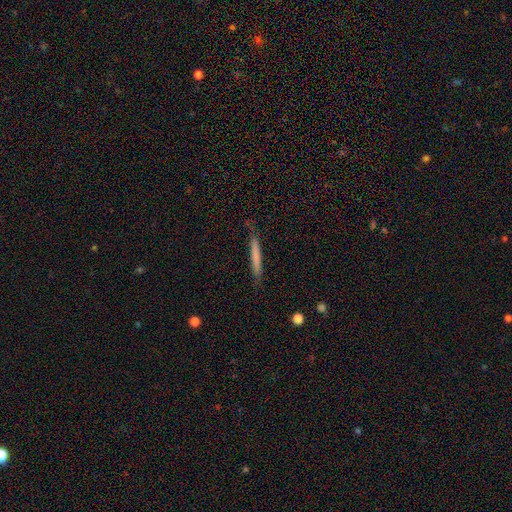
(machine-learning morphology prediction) A smooth galaxy with no disk features (67%) that is cigar-shaped (96%).

Vote fractions:
- Smooth or featured? smooth: 67% / featured or disk: 27% / star or artifact: 6%
- How rounded? cigar-shaped: 96% / in between: 3% / round: 1%
- Merging? none: 78% / minor disturbance: 17% / major disturbance: 3% / merger: 2%